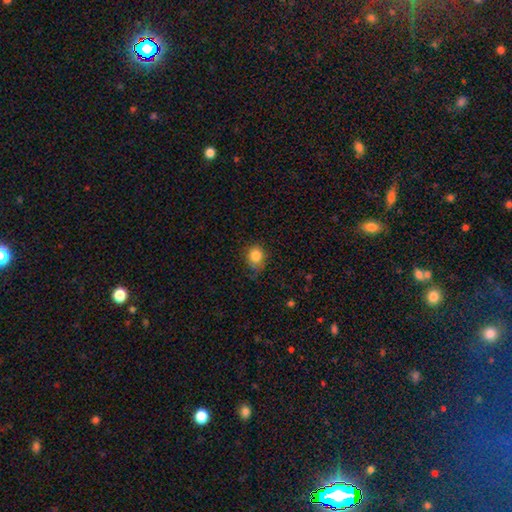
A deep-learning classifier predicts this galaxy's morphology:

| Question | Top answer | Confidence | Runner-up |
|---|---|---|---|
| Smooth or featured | smooth | 84% | star or artifact (10%) |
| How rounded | round | 56% | in between (43%) |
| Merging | none | 64% | minor disturbance (27%) |